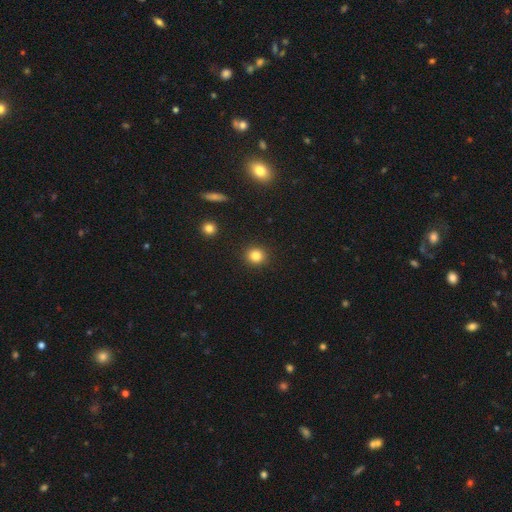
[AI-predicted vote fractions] Smooth or featured? Predicted: smooth (p=0.84). How rounded? Predicted: round (p=0.88). Merging? Predicted: none (p=0.92).